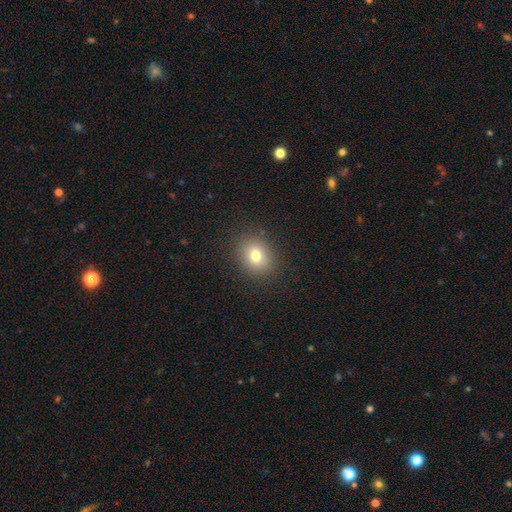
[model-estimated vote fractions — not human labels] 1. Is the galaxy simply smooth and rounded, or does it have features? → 76% smooth, 13% star or artifact, 11% featured or disk.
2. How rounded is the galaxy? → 64% round, 35% in between, 1% cigar-shaped.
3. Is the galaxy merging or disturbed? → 87% none, 8% minor disturbance, 3% major disturbance, 1% merger.